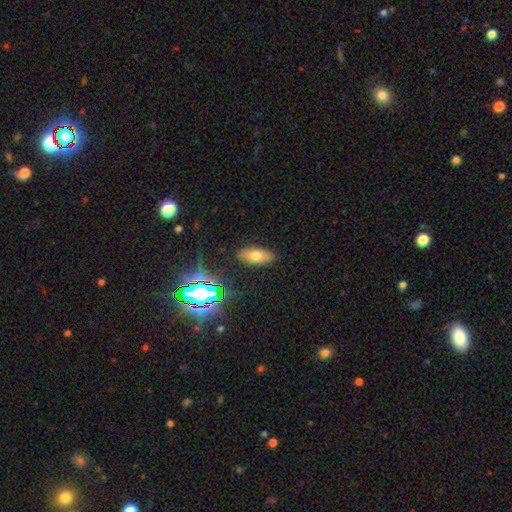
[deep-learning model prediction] Smooth or featured: smooth — 65% (featured or disk — 19%)
How rounded: in between — 86% (cigar-shaped — 10%)
Merging: none — 87% (minor disturbance — 9%)